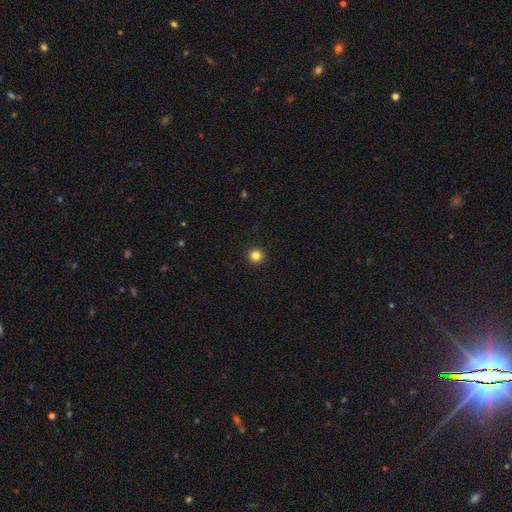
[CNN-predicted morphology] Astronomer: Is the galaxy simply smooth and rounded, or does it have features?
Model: smooth — 83%.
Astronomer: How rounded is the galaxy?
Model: round — 95%.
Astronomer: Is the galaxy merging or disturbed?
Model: none — 94%.